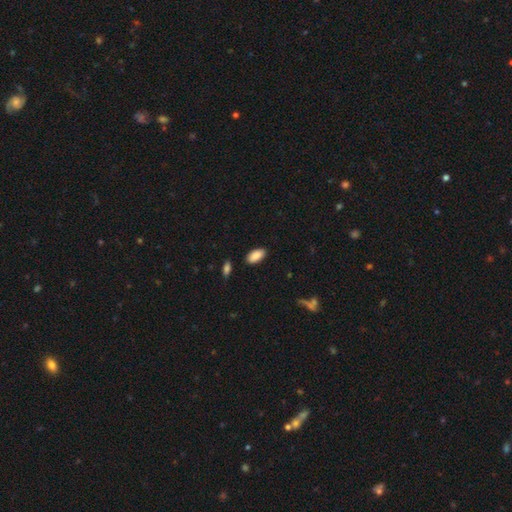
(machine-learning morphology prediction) type=smooth (89%); roundness=in between (93%); merging=none (87%).